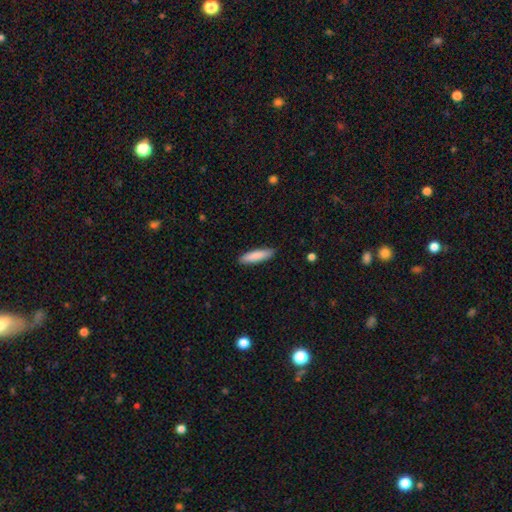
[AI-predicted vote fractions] A smooth galaxy with no disk features (85%) that is cigar-shaped (75%).

Vote fractions:
- Smooth or featured? smooth: 85% / featured or disk: 9% / star or artifact: 5%
- How rounded? cigar-shaped: 75% / in between: 24% / round: 1%
- Merging? none: 90% / minor disturbance: 8% / major disturbance: 2% / merger: 1%